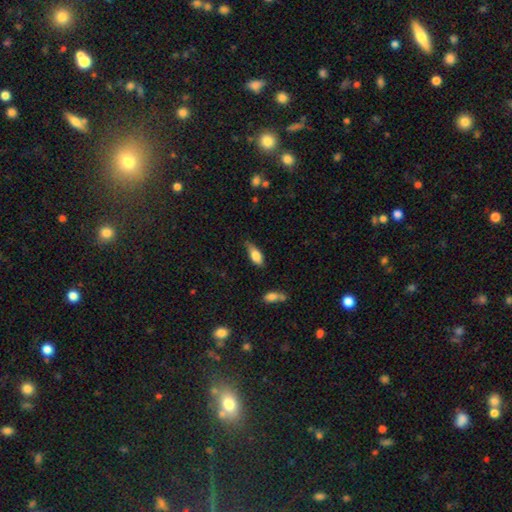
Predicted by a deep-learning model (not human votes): Morphology: type=smooth (79%); roundness=in between (79%); merging=none (61%).